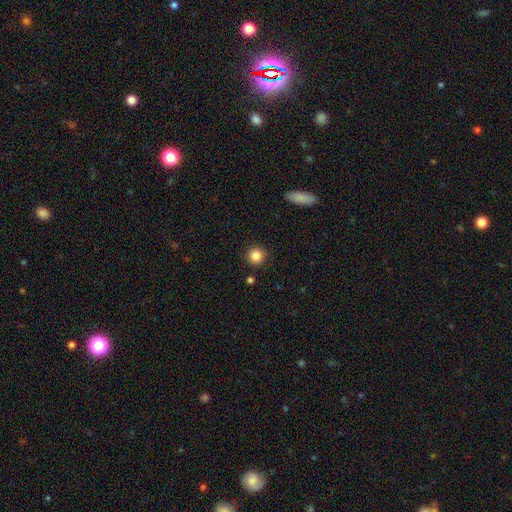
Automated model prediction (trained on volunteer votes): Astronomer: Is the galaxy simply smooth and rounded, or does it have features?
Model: smooth — 86%.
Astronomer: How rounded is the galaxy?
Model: round — 94%.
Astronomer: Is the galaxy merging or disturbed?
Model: none — 90%.